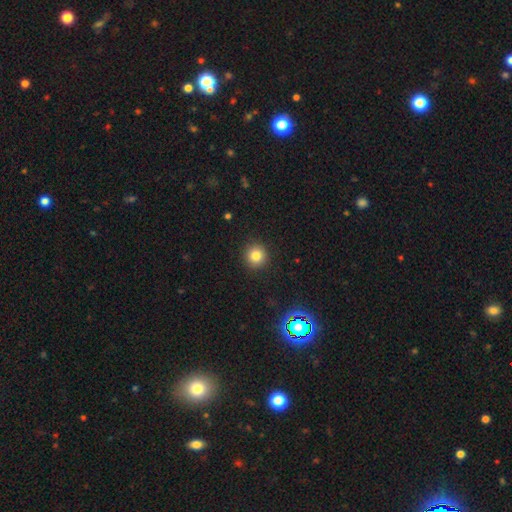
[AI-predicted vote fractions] The model was most divided on "smooth or featured": smooth: 80%, star or artifact: 13%, featured or disk: 7%. More confident: how rounded — round (94%); merging — none (92%).